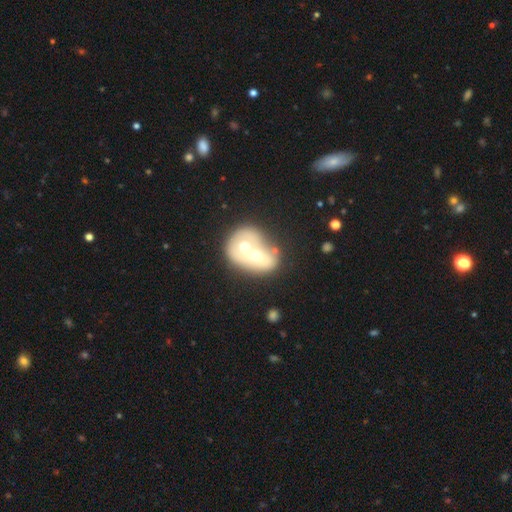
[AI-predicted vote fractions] Smooth or featured? smooth (48%)
Merging? merger (77%)